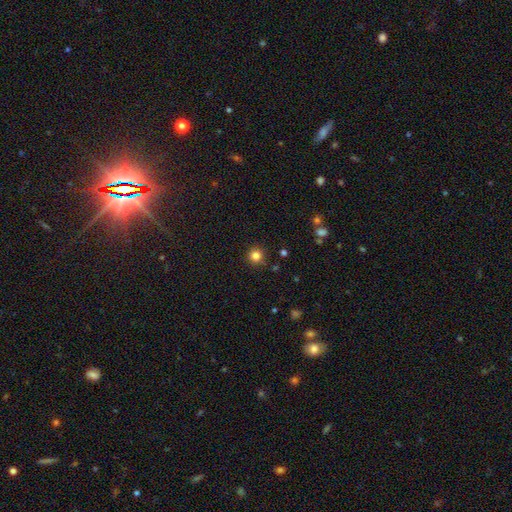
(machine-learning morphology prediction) This is clearly a smooth galaxy (82%). How rounded: clearly round (95%). Merging: clearly none (89%).